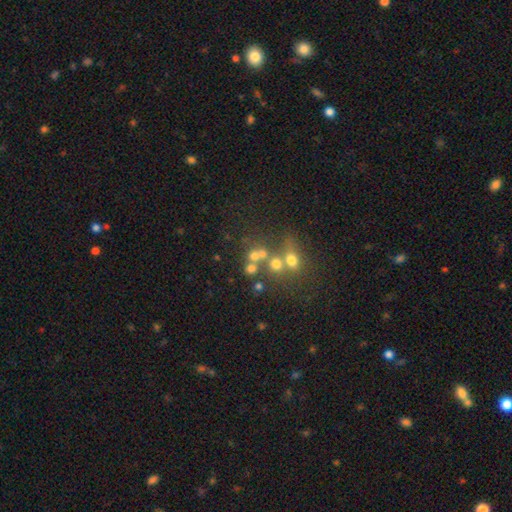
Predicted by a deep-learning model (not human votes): This is possibly a smooth galaxy (57%). How rounded: likely round (78%). Merging: marginally none (45%).